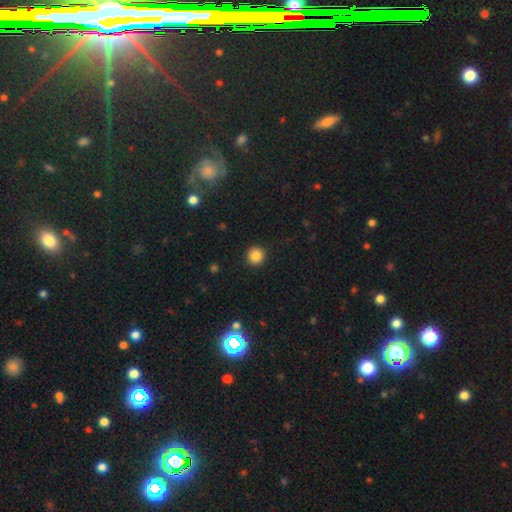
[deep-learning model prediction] smooth 84%, star or artifact 11%, featured or disk 5%. Down the decision tree: how rounded — round (95%); merging — none (93%).